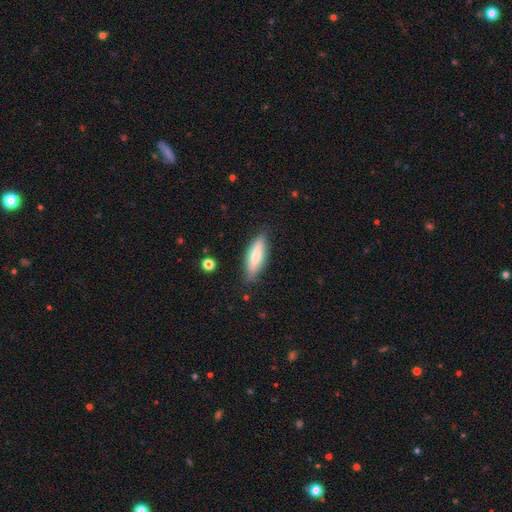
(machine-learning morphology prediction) Smooth or featured: smooth — 63% (featured or disk — 31%)
How rounded: cigar-shaped — 57% (in between — 41%)
Merging: none — 82% (minor disturbance — 14%)